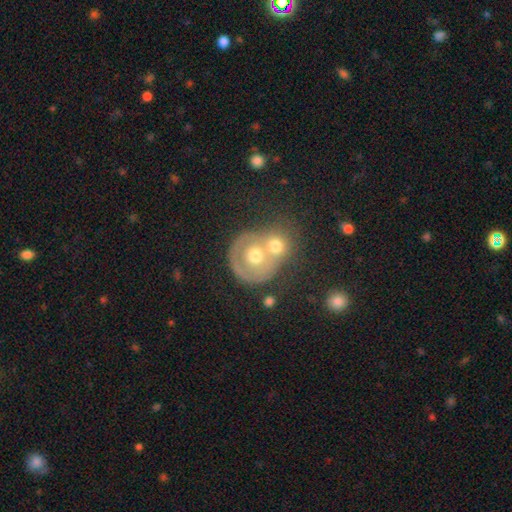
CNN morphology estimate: A featured or disk galaxy (52%) with no bar (90%), no spiral arms (72%) and a moderate central bulge (72%). Merging: merger (52%).